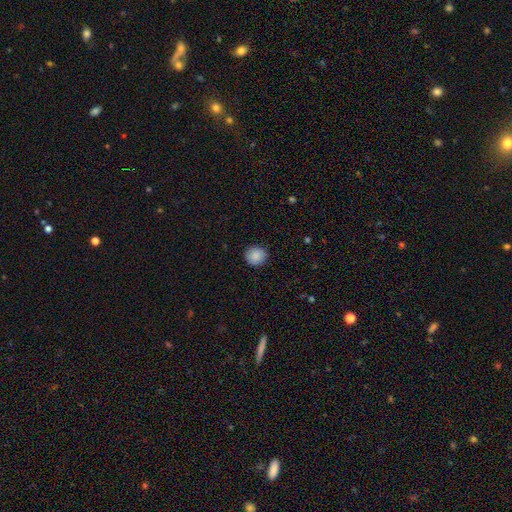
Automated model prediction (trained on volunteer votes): A smooth galaxy with no disk features (89%) that is round (91%). Merging: none (91%).